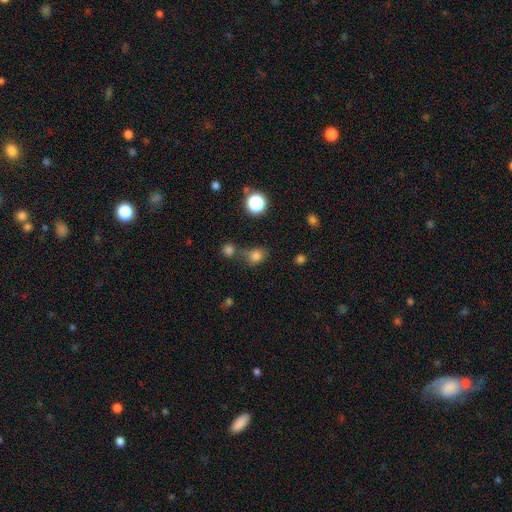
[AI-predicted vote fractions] A smooth galaxy with no disk features (77%) that is round (62%).

Vote fractions:
- Smooth or featured? smooth: 77% / star or artifact: 17% / featured or disk: 6%
- How rounded? round: 62% / in between: 37% / cigar-shaped: 1%
- Merging? none: 58% / merger: 21% / minor disturbance: 15% / major disturbance: 6%